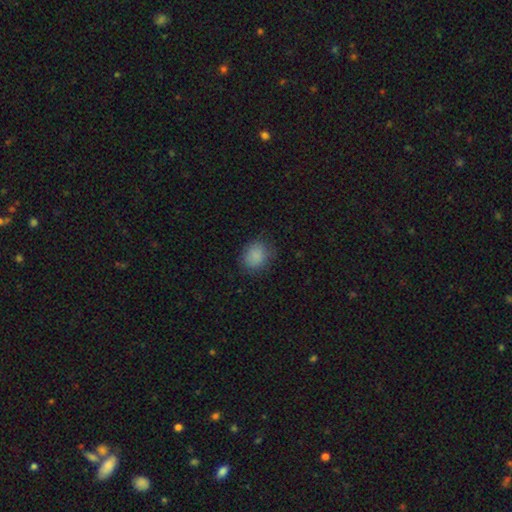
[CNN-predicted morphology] This is clearly a smooth galaxy (86%). How rounded: likely round (62%). Merging: likely none (78%).